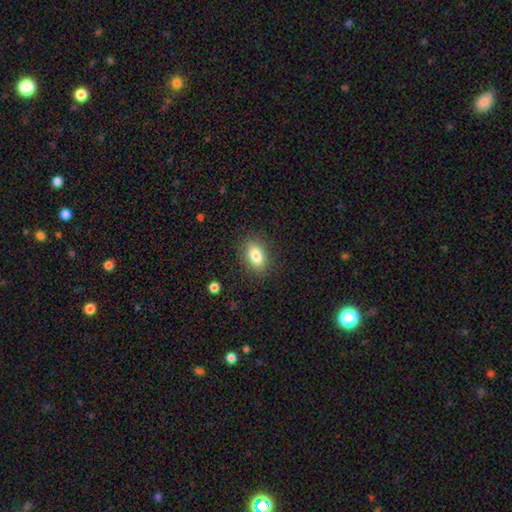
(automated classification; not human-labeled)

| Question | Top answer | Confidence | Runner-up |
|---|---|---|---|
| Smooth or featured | smooth | 81% | featured or disk (10%) |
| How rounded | in between | 84% | round (11%) |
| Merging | none | 86% | minor disturbance (10%) |